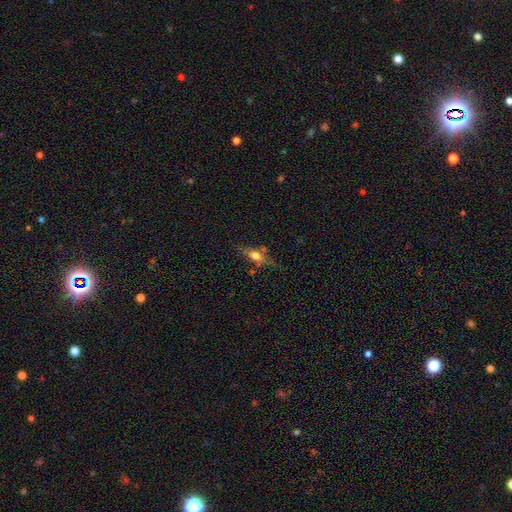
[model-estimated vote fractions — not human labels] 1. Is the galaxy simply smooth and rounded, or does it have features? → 51% smooth, 38% featured or disk, 11% star or artifact.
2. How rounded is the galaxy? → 57% in between, 35% cigar-shaped, 8% round.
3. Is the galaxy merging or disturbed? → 58% none, 22% minor disturbance, 10% major disturbance, 10% merger.